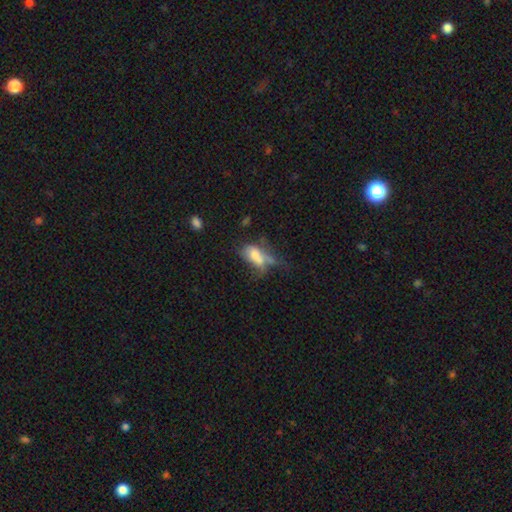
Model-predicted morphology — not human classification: This is possibly a smooth galaxy (58%). How rounded: clearly in between (84%). Merging: marginally merger (36%).